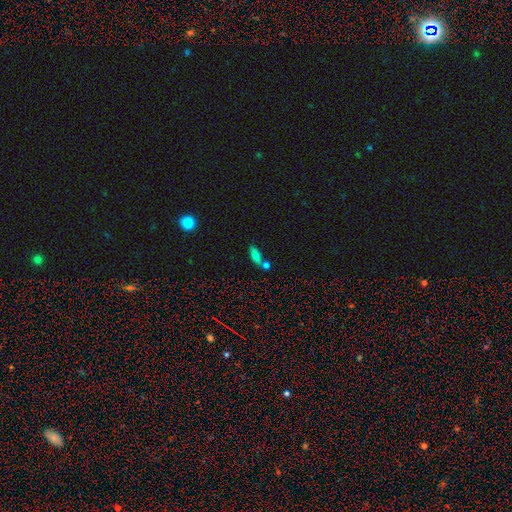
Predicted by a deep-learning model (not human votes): smooth_or_featured: smooth (p=0.73) [alt: featured or disk p=0.14]
how_rounded: in between (p=0.72) [alt: cigar-shaped p=0.24]
merging: none (p=0.44) [alt: merger p=0.39]